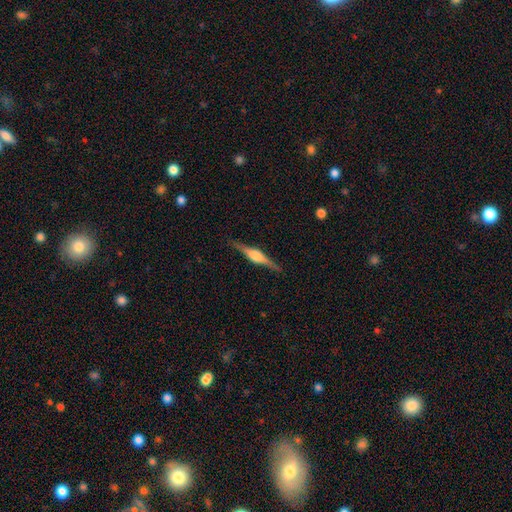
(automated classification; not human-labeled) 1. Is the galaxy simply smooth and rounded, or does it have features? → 80% featured or disk, 15% smooth, 6% star or artifact.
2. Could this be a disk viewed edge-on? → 98% yes, 2% no.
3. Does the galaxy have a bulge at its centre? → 80% rounded, 17% boxy, 3% none.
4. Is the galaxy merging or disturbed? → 90% none, 7% minor disturbance, 2% major disturbance, 1% merger.